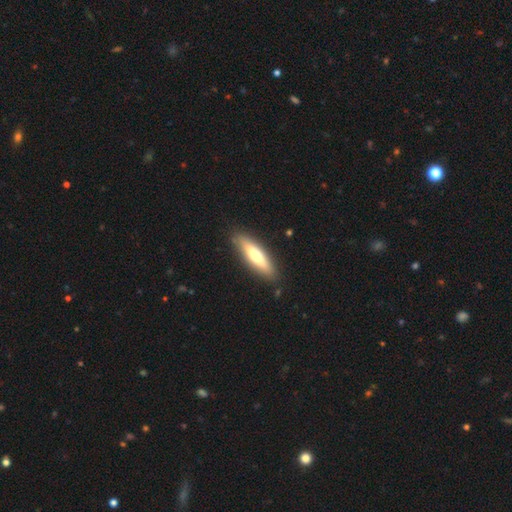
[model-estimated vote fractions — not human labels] Smooth or featured?
  - smooth: 63% *
  - featured or disk: 32%
  - star or artifact: 5%
How rounded?
  - cigar-shaped: 68% *
  - in between: 30%
  - round: 1%
Merging?
  - none: 87% *
  - minor disturbance: 9%
  - major disturbance: 2%
  - merger: 1%